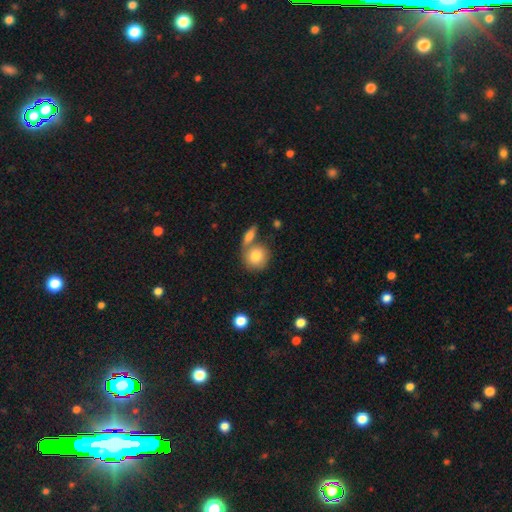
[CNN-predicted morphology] Smooth or featured? Predicted: smooth (p=0.80). How rounded? Predicted: round (p=0.79). Merging? Predicted: none (p=0.51).